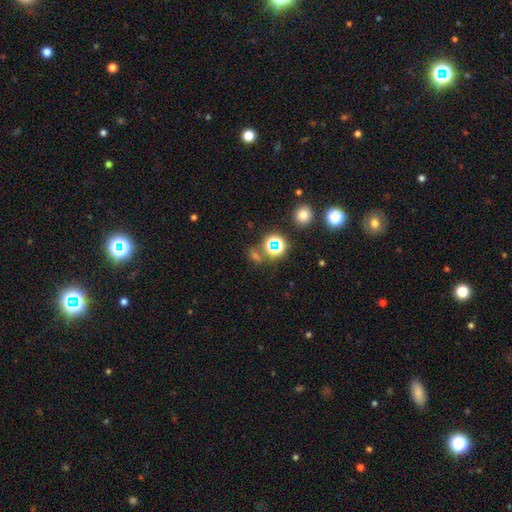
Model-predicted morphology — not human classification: A star or artifact, not a galaxy (60%).

Vote fractions:
- Smooth or featured? star or artifact: 60% / smooth: 30% / featured or disk: 10%